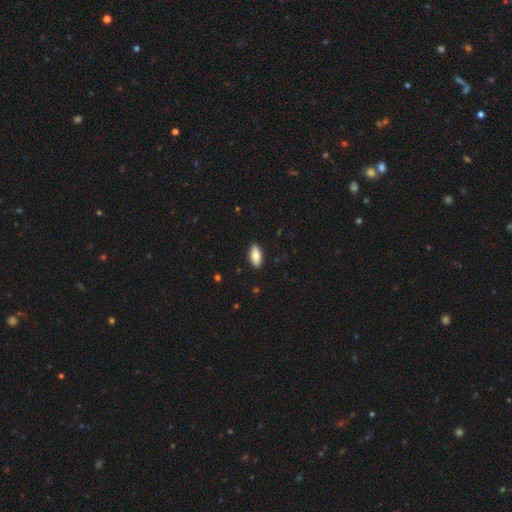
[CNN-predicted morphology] Overall: smooth (82%). How rounded: in between (89%). Merging: none (89%).